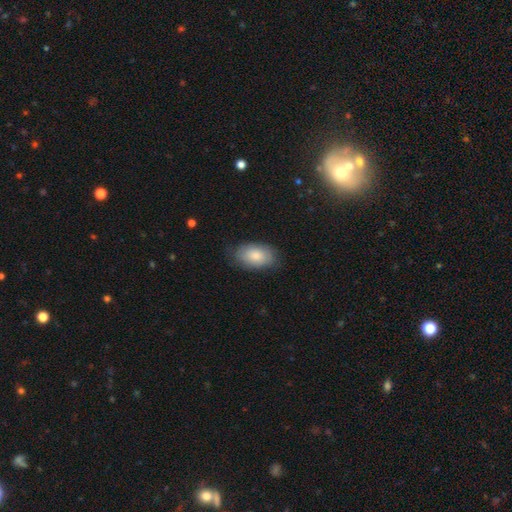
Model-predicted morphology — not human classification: This is clearly a smooth galaxy (81%). How rounded: clearly in between (92%). Merging: likely none (76%).